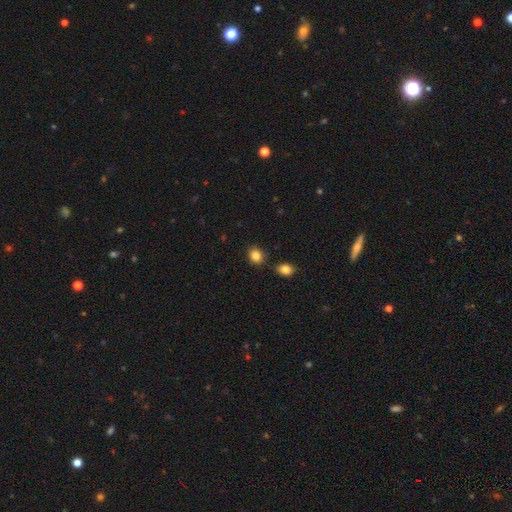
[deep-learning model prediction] The model was most divided on "how rounded": round: 62%, in between: 37%, cigar-shaped: 1%. More confident: smooth or featured — smooth (85%); merging — none (81%).